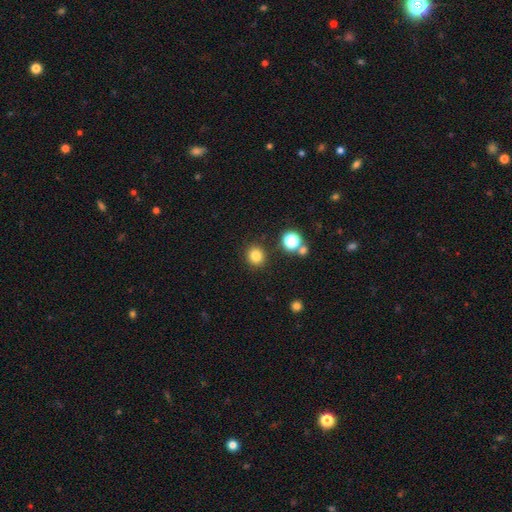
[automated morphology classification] smooth_or_featured: smooth (p=0.81) [alt: star or artifact p=0.14]
how_rounded: round (p=0.87) [alt: in between p=0.12]
merging: none (p=0.87) [alt: minor disturbance p=0.07]